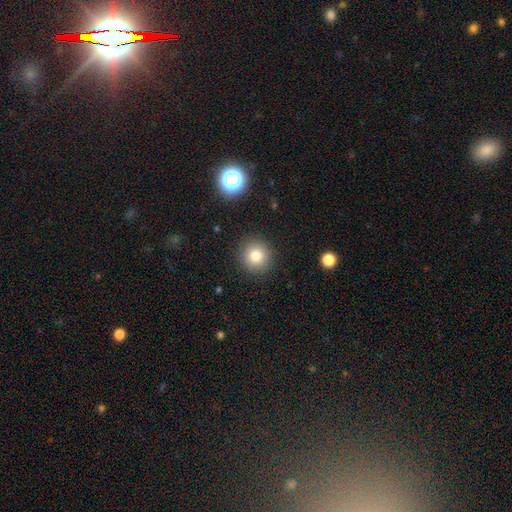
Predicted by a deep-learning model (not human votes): smooth-or-featured: smooth: 81% | star or artifact: 11% | featured or disk: 7%
  how-rounded: round: 93% | in between: 6% | cigar-shaped: 1%
  merging: none: 90% | minor disturbance: 7% | major disturbance: 2% | merger: 1%